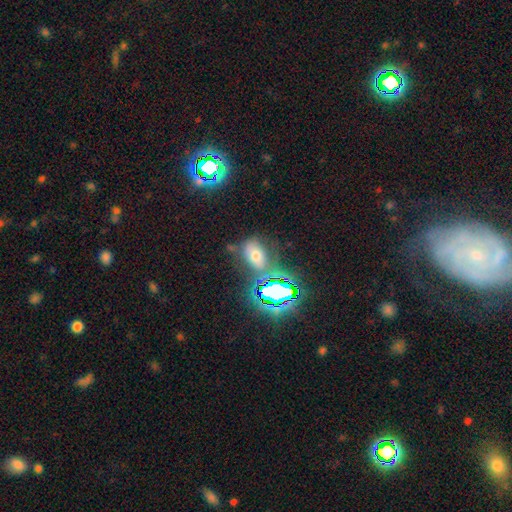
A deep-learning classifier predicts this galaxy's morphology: Smooth or featured: smooth — 50% (star or artifact — 33%)
How rounded: in between — 83% (round — 14%)
Merging: none — 59% (minor disturbance — 17%)